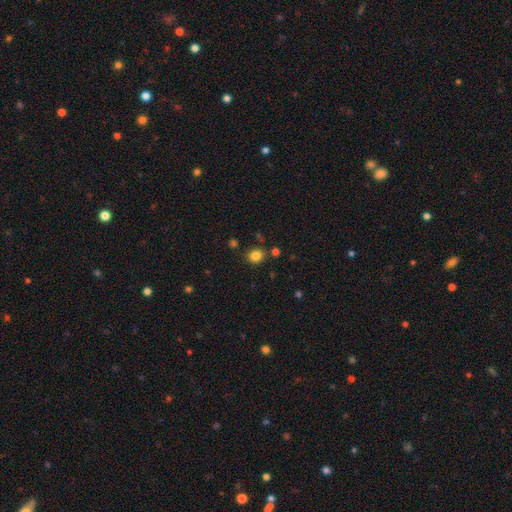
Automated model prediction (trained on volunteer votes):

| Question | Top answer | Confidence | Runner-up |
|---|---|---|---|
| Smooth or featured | smooth | 82% | star or artifact (13%) |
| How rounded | round | 79% | in between (20%) |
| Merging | none | 83% | minor disturbance (9%) |